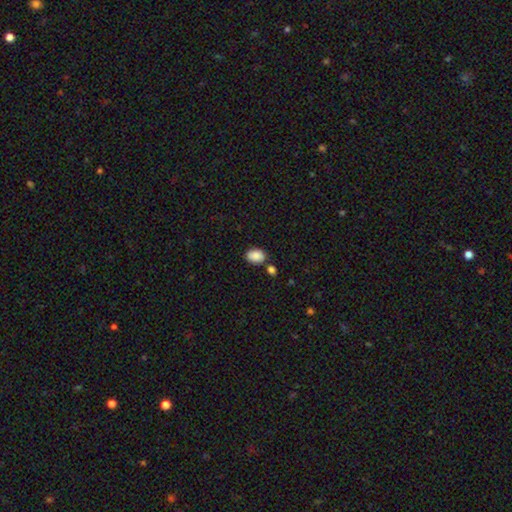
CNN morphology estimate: smooth-or-featured: smooth: 87% | star or artifact: 8% | featured or disk: 6%
  how-rounded: in between: 81% | round: 18% | cigar-shaped: 1%
  merging: none: 73% | minor disturbance: 14% | merger: 10% | major disturbance: 3%